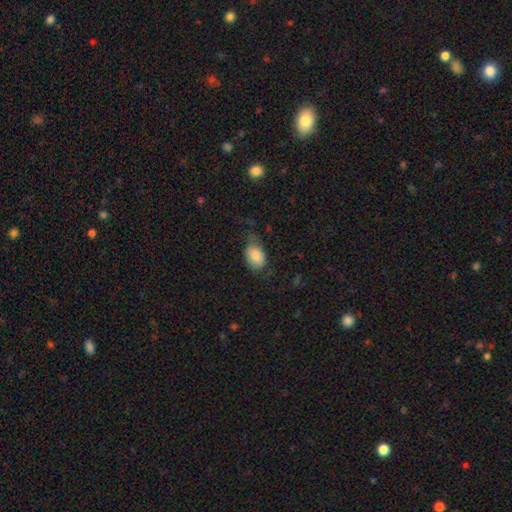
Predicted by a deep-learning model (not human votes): Q: Smooth or featured?
A: smooth (83%); runner-up: featured or disk (10%)
Q: How rounded?
A: in between (86%); runner-up: round (13%)
Q: Merging?
A: none (51%); runner-up: minor disturbance (32%)